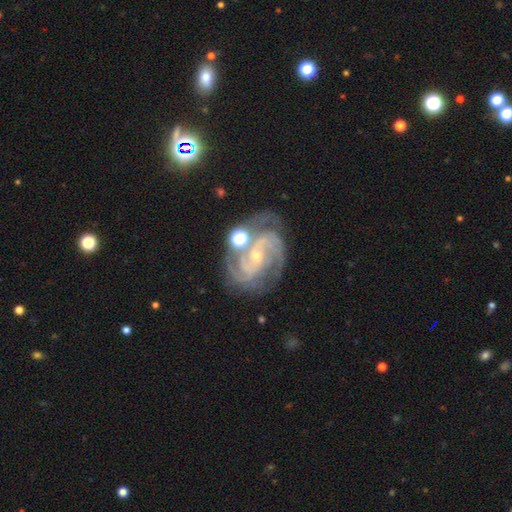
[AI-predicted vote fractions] This appears to be a featured or disk galaxy (89%) with no bar (50%), 3 (34%) tight (52%) spiral arms (98%) and a small central bulge (74%). Merging: none (64%).